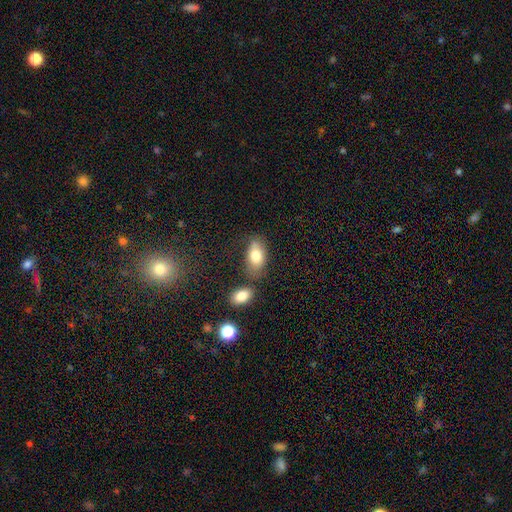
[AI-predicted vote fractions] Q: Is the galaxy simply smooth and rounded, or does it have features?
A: smooth — 77%.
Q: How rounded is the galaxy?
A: in between — 90%.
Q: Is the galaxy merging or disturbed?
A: none — 62%.